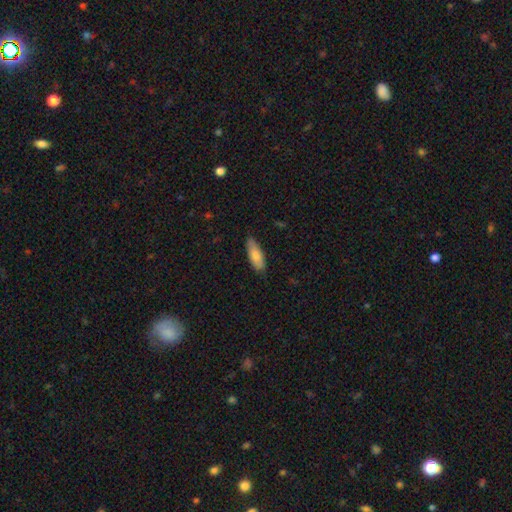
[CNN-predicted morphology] This appears to be a smooth galaxy with no disk features (82%) that is in between round and cigar-shaped (68%). Merging: none (78%).